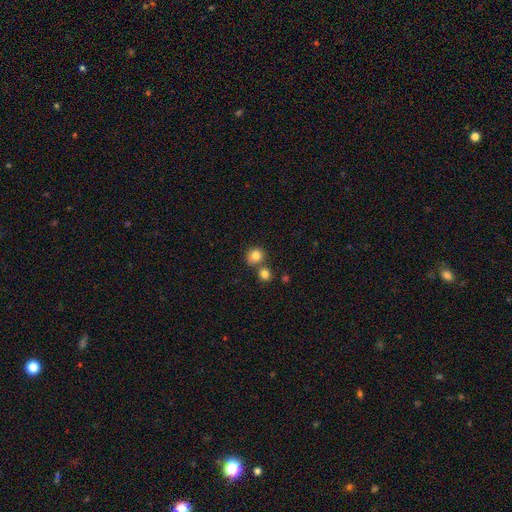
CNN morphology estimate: This is clearly a smooth galaxy (82%). How rounded: clearly round (85%). Merging: likely none (61%).